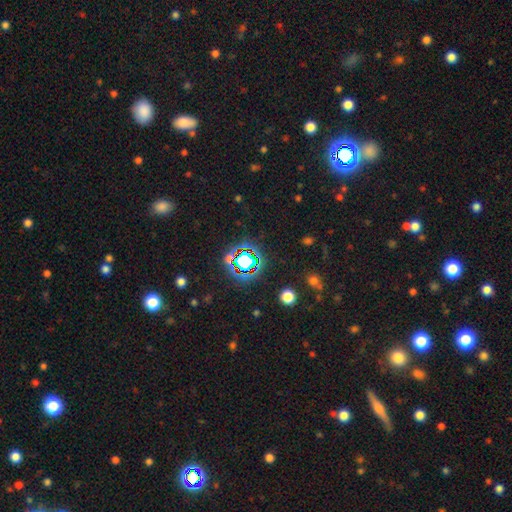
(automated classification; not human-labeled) The model was most divided on "smooth or featured": star or artifact: 78%, smooth: 14%, featured or disk: 8%.